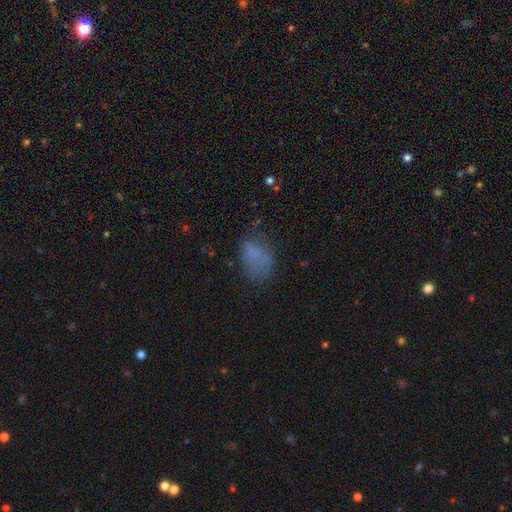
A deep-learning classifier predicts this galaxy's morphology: A smooth galaxy with no disk features (65%) that is in between round and cigar-shaped (84%). Merging: none (50%).